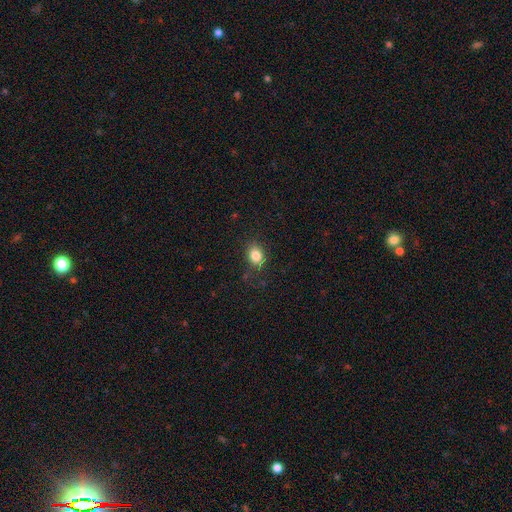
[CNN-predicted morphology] A smooth galaxy with no disk features (83%) that is in between round and cigar-shaped (66%). Merging: none (80%).